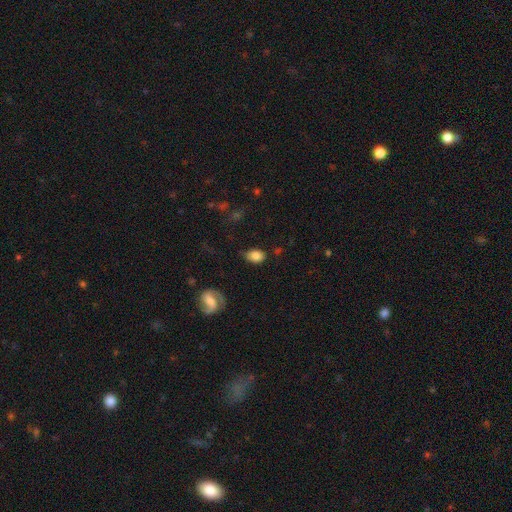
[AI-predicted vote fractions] smooth-or-featured: smooth: 80% | featured or disk: 12% | star or artifact: 8%
  how-rounded: in between: 78% | round: 20% | cigar-shaped: 1%
  merging: none: 63% | minor disturbance: 26% | major disturbance: 8% | merger: 3%